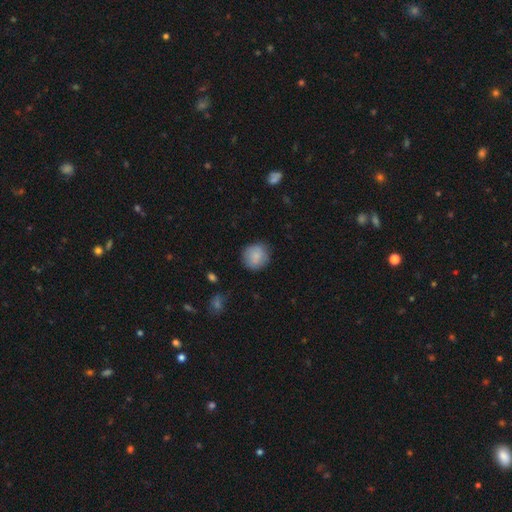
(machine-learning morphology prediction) This appears to be a smooth galaxy with no disk features (84%) that is round (88%). Merging: none (83%).